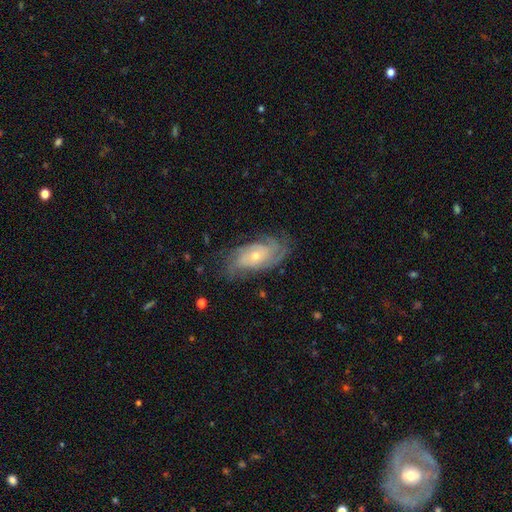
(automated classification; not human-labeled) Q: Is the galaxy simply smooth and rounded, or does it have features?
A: featured or disk — 83%.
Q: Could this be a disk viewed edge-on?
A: no — 94%.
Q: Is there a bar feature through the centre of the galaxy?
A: no — 74%.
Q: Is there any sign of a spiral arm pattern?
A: yes — 96%.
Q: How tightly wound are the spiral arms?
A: tight — 63%.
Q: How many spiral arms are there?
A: can't tell — 29%.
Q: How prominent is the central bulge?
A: small — 57%.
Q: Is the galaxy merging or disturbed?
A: none — 73%.